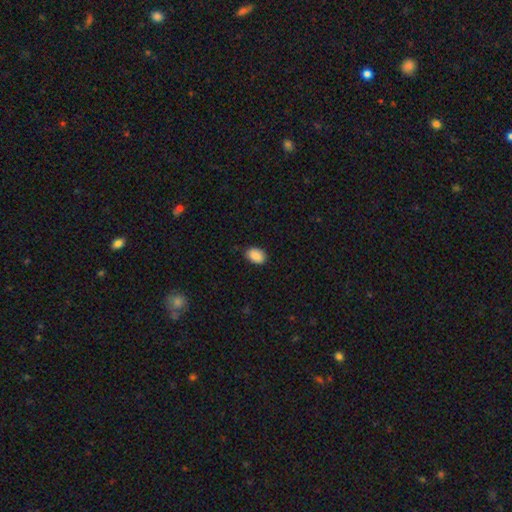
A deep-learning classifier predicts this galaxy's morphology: Smooth or featured?
  - smooth: 90% *
  - star or artifact: 7%
  - featured or disk: 3%
How rounded?
  - in between: 85% *
  - round: 14%
  - cigar-shaped: 1%
Merging?
  - none: 86% *
  - minor disturbance: 11%
  - major disturbance: 2%
  - merger: 1%